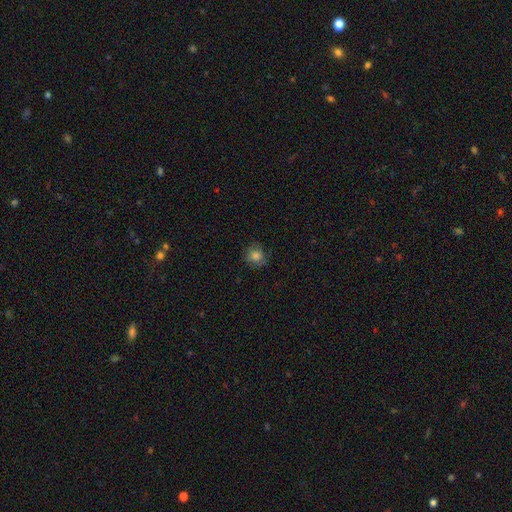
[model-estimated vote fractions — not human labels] smooth_or_featured: smooth (p=0.80) [alt: star or artifact p=0.11]
how_rounded: round (p=0.87) [alt: in between p=0.12]
merging: none (p=0.79) [alt: minor disturbance p=0.15]